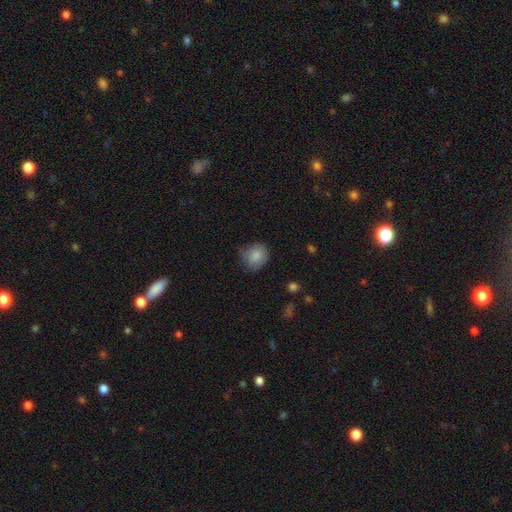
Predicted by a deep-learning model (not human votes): The model was most divided on "how rounded": round: 68%, in between: 31%, cigar-shaped: 1%. More confident: smooth or featured — smooth (85%); merging — none (65%).